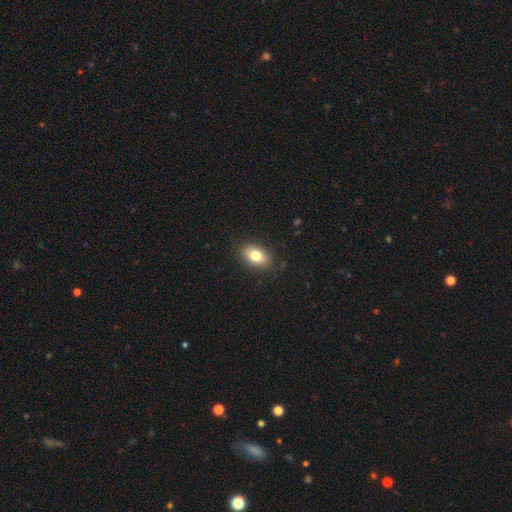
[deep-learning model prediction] A smooth galaxy with no disk features (80%) that is in between round and cigar-shaped (85%).

Vote fractions:
- Smooth or featured? smooth: 80% / featured or disk: 11% / star or artifact: 9%
- How rounded? in between: 85% / round: 13% / cigar-shaped: 1%
- Merging? none: 87% / minor disturbance: 9% / major disturbance: 2% / merger: 1%